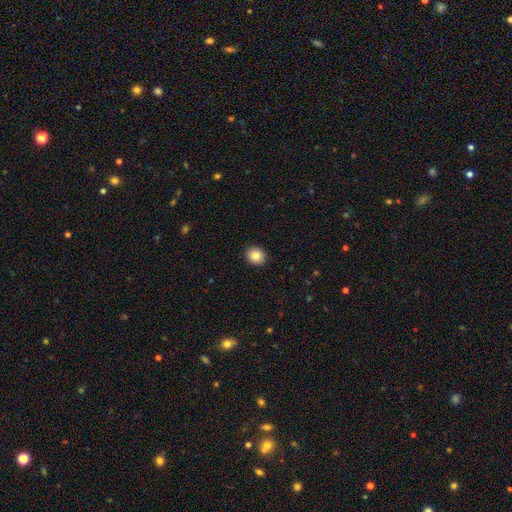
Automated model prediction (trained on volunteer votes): Smooth or featured? smooth (85%)
How rounded? round (78%)
Merging? none (92%)